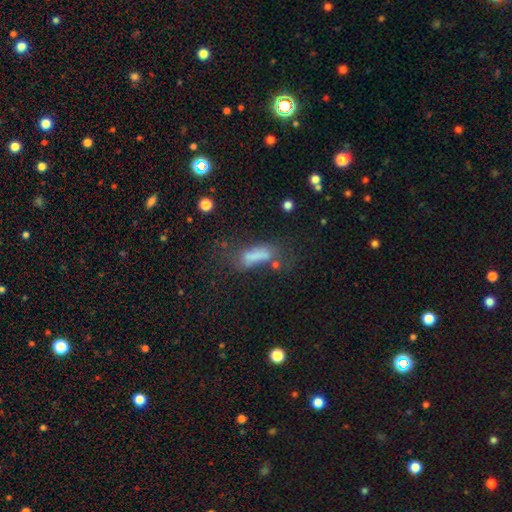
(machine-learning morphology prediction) smooth_or_featured: smooth (p=0.62) [alt: featured or disk p=0.22]
how_rounded: in between (p=0.59) [alt: cigar-shaped p=0.37]
merging: none (p=0.32) [alt: major disturbance p=0.30]